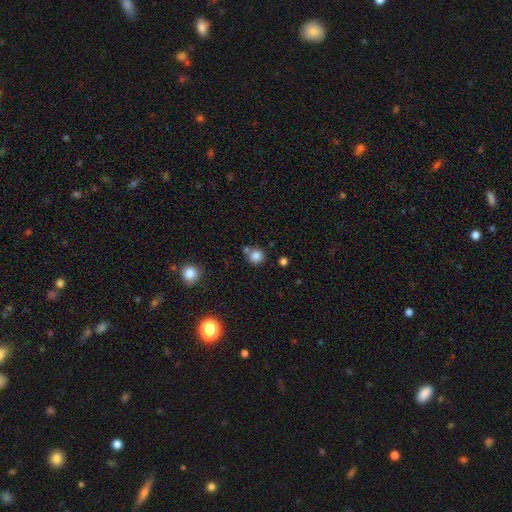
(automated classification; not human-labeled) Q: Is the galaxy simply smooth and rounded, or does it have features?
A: smooth — 83%.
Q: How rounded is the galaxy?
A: round — 89%.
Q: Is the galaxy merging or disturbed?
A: none — 66%.